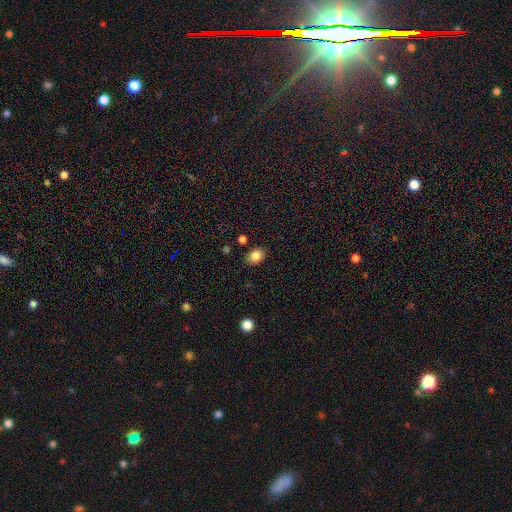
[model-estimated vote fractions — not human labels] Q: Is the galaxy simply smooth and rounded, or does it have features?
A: smooth — 85%.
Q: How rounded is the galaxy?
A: in between — 66%.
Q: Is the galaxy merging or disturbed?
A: none — 83%.